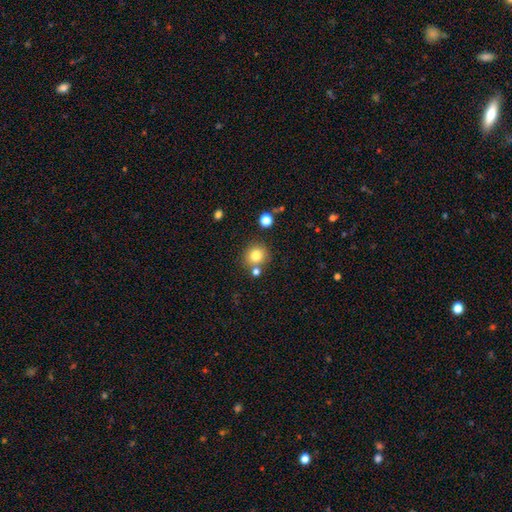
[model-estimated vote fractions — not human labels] A smooth galaxy with no disk features (80%) that is round (88%).

Vote fractions:
- Smooth or featured? smooth: 80% / star or artifact: 12% / featured or disk: 8%
- How rounded? round: 88% / in between: 11% / cigar-shaped: 1%
- Merging? none: 74% / merger: 13% / minor disturbance: 9% / major disturbance: 3%